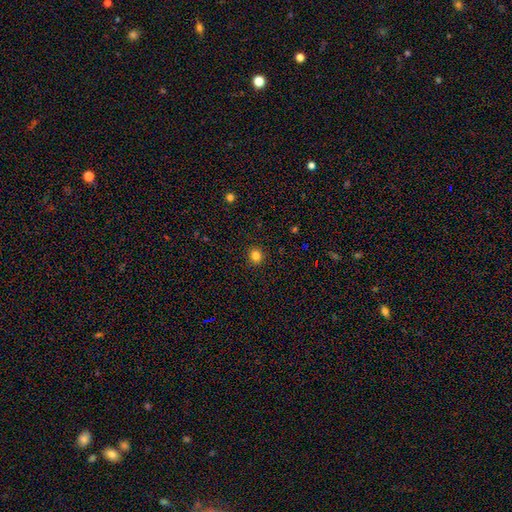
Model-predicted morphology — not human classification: Smooth or featured: smooth — 82% (star or artifact — 13%)
How rounded: round — 88% (in between — 11%)
Merging: none — 92% (minor disturbance — 5%)